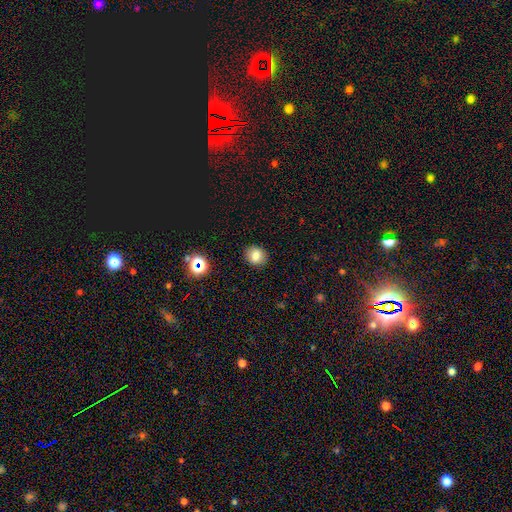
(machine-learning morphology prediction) Smooth or featured: smooth — 79% (star or artifact — 14%)
How rounded: round — 78% (in between — 21%)
Merging: none — 89% (minor disturbance — 8%)